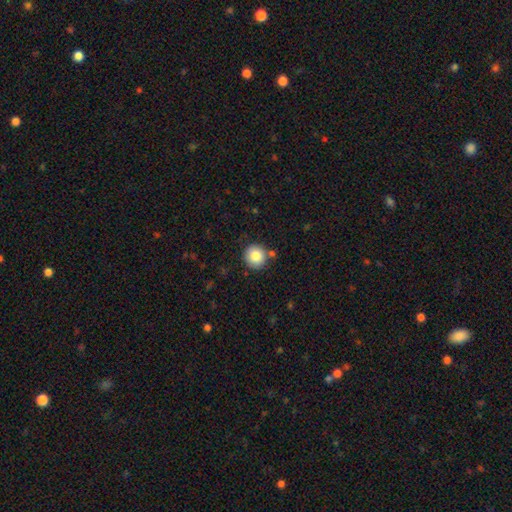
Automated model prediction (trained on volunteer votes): Smooth or featured? smooth (83%)
How rounded? round (94%)
Merging? none (83%)